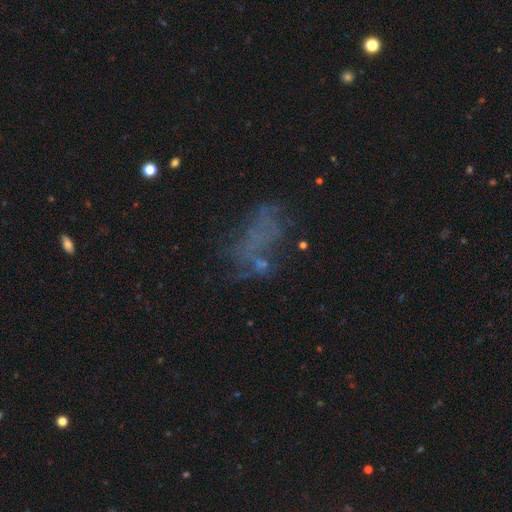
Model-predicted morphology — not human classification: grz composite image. It shows a featured or disk galaxy (45%). Merging: none (38%).